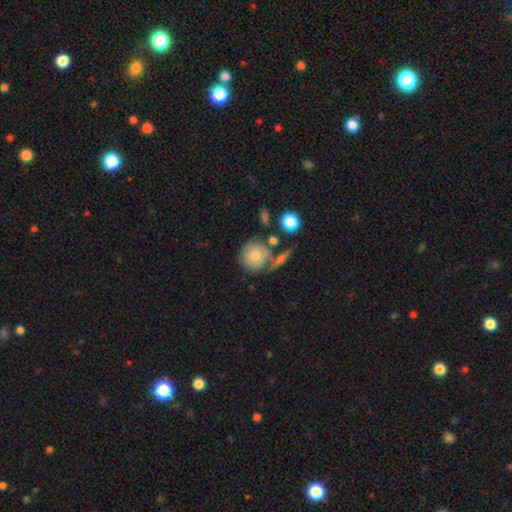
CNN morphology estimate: Smooth or featured: smooth — 72% (featured or disk — 20%)
How rounded: round — 90% (in between — 8%)
Merging: none — 59% (merger — 20%)